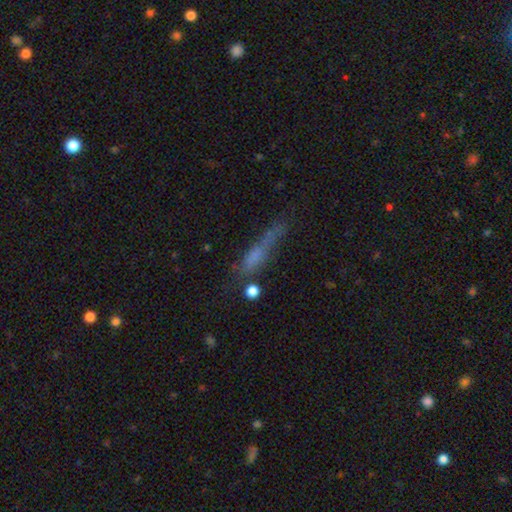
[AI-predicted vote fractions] smooth_or_featured: smooth (p=0.53) [alt: featured or disk p=0.33]
how_rounded: cigar-shaped (p=0.81) [alt: in between p=0.15]
merging: none (p=0.48) [alt: minor disturbance p=0.25]